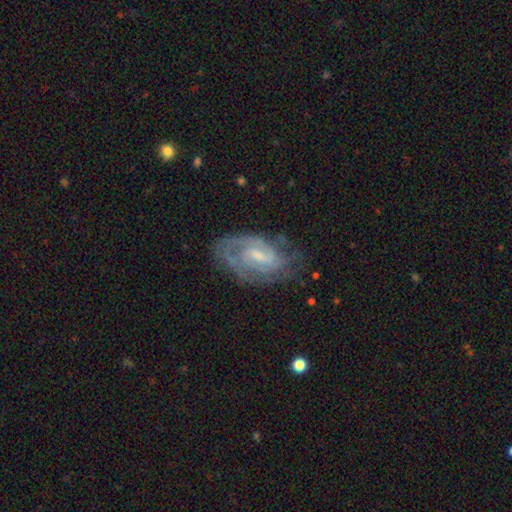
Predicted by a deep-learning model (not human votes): Q: Smooth or featured?
A: featured or disk (75%); runner-up: smooth (16%)
Q: Edge-on disk?
A: no (94%); runner-up: yes (6%)
Q: Bar?
A: weak (53%); runner-up: no (31%)
Q: Spiral arms?
A: yes (89%); runner-up: no (11%)
Q: Spiral winding?
A: tight (52%); runner-up: medium (37%)
Q: Spiral arm count?
A: 2 (41%); runner-up: can't tell (36%)
Q: Bulge size?
A: small (54%); runner-up: moderate (33%)
Q: Merging?
A: none (69%); runner-up: minor disturbance (20%)